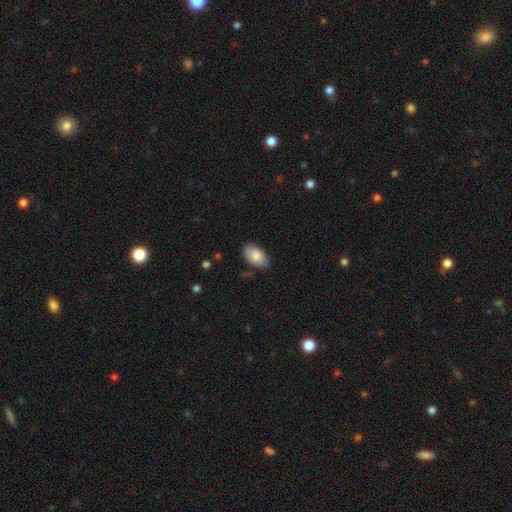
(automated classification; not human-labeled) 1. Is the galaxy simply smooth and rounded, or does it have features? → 84% smooth, 10% featured or disk, 6% star or artifact.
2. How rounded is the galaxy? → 94% in between, 5% round, 1% cigar-shaped.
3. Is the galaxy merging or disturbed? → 82% none, 15% minor disturbance, 3% major disturbance, 1% merger.